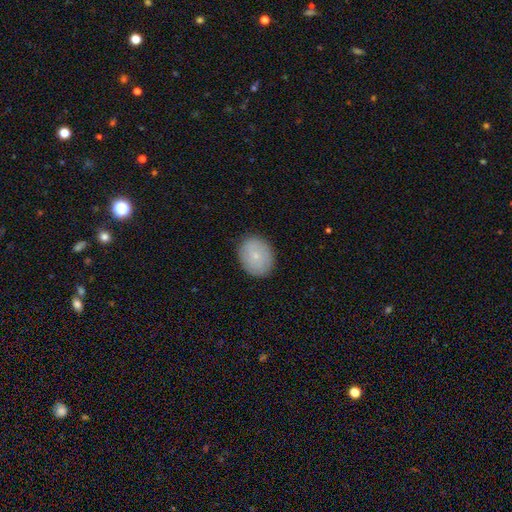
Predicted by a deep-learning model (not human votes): Overall: smooth (74%). How rounded: in between (50%; round 49%). Merging: none (87%).